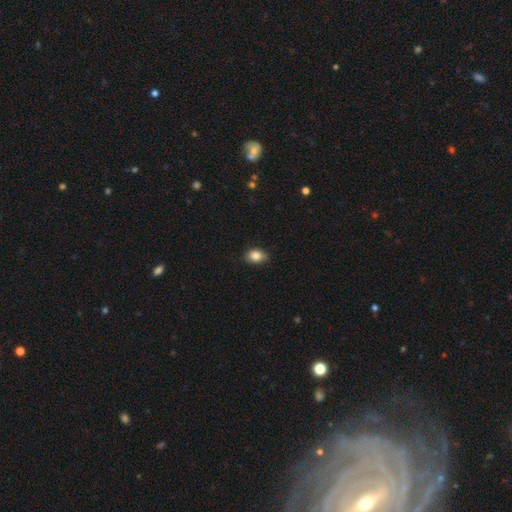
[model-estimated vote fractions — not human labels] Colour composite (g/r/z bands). It shows a smooth galaxy with no disk features (85%) that is in between round and cigar-shaped (71%). Merging: none (81%).